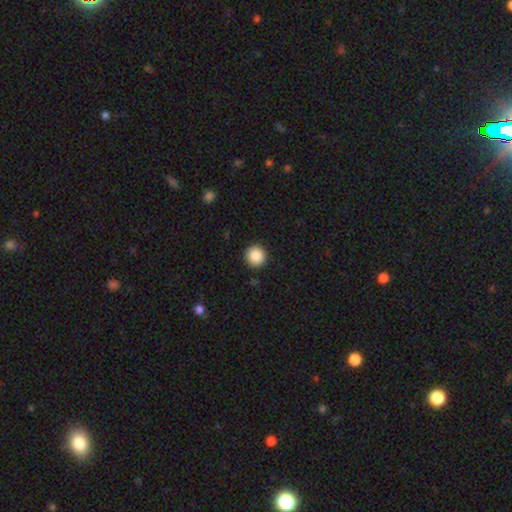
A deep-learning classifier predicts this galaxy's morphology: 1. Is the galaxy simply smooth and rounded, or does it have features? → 88% smooth, 8% star or artifact, 3% featured or disk.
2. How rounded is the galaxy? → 94% round, 5% in between, 1% cigar-shaped.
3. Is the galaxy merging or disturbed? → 92% none, 5% minor disturbance, 2% major disturbance, 1% merger.